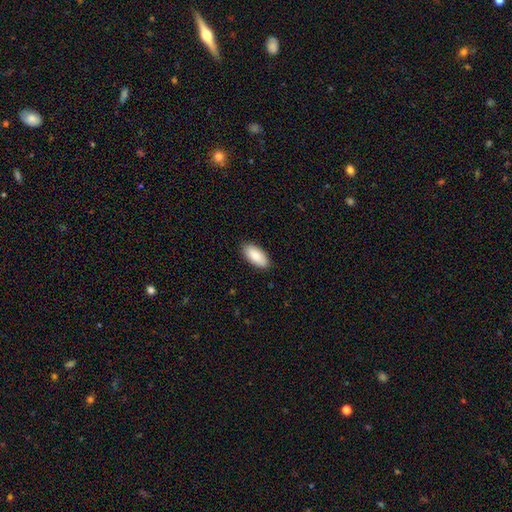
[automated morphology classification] Smooth or featured?
  - smooth: 88% *
  - featured or disk: 6%
  - star or artifact: 6%
How rounded?
  - in between: 91% *
  - cigar-shaped: 8%
  - round: 2%
Merging?
  - none: 89% *
  - minor disturbance: 8%
  - major disturbance: 2%
  - merger: 1%